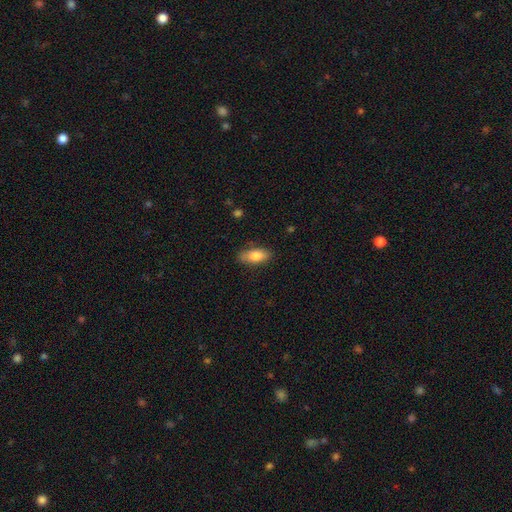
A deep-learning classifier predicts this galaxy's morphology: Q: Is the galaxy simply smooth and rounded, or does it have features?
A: smooth — 82%.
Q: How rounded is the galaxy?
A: in between — 83%.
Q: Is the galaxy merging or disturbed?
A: none — 82%.